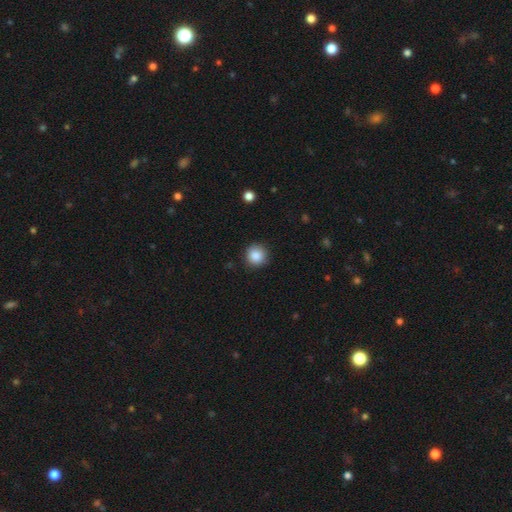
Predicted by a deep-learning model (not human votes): A smooth galaxy with no disk features (86%) that is round (93%).

Vote fractions:
- Smooth or featured? smooth: 86% / star or artifact: 9% / featured or disk: 4%
- How rounded? round: 93% / in between: 6% / cigar-shaped: 1%
- Merging? none: 90% / minor disturbance: 7% / major disturbance: 2% / merger: 1%